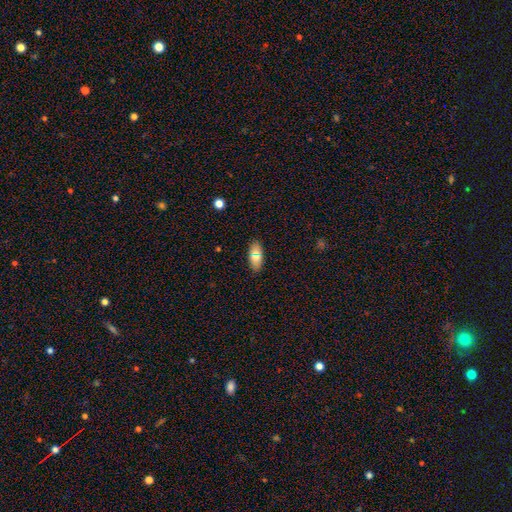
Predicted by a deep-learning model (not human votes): Smooth or featured? Predicted: smooth (p=0.73). How rounded? Predicted: in between (p=0.86). Merging? Predicted: none (p=0.87).